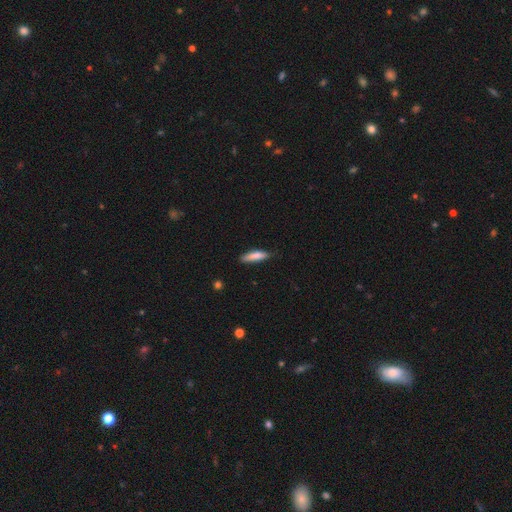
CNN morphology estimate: A smooth galaxy with no disk features (81%) that is cigar-shaped (72%). Merging: none (76%).